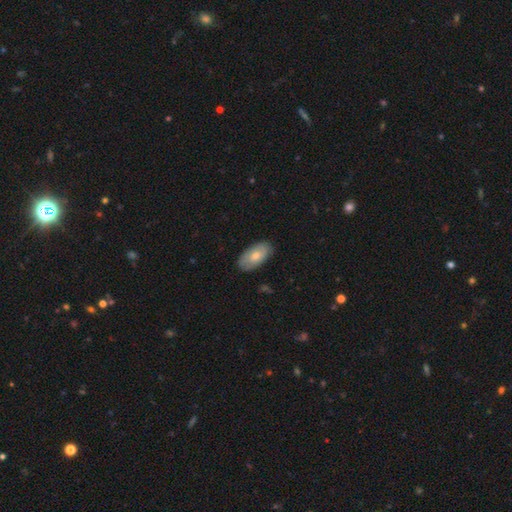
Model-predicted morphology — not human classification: This is likely a smooth galaxy (69%). How rounded: clearly in between (94%). Merging: clearly none (82%).